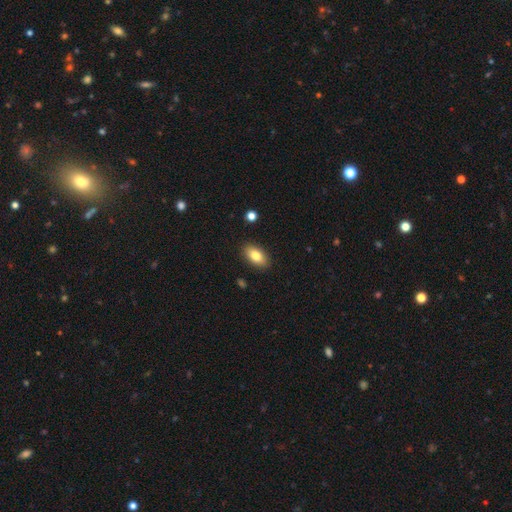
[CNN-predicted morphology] smooth_or_featured: smooth (p=0.82) [alt: featured or disk p=0.11]
how_rounded: in between (p=0.91) [alt: round p=0.05]
merging: none (p=0.88) [alt: minor disturbance p=0.08]